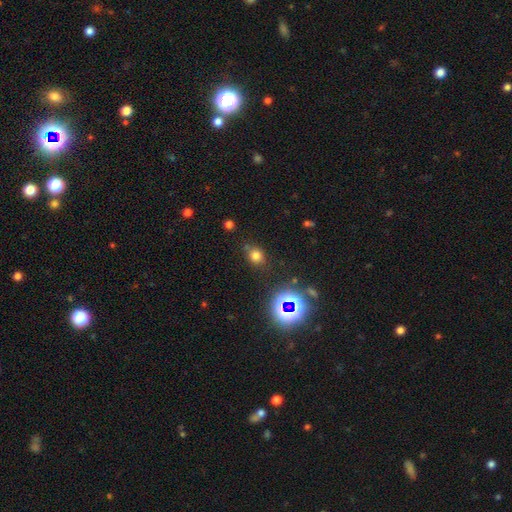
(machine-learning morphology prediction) This appears to be a smooth galaxy with no disk features (70%) that is round (70%). Merging: none (74%).